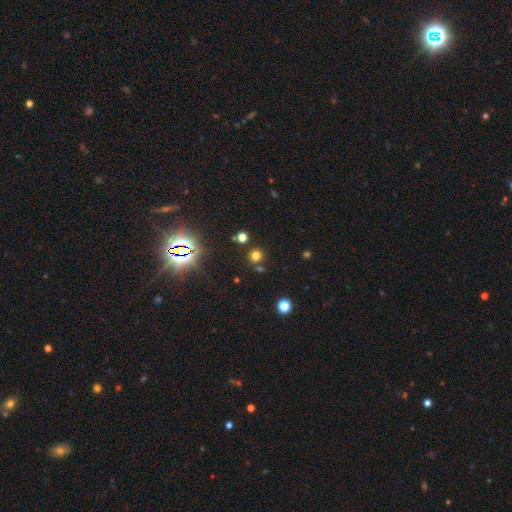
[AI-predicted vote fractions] Smooth or featured?
  - smooth: 67% *
  - star or artifact: 27%
  - featured or disk: 6%
How rounded?
  - round: 92% *
  - in between: 7%
  - cigar-shaped: 1%
Merging?
  - none: 80% *
  - merger: 11%
  - minor disturbance: 7%
  - major disturbance: 3%